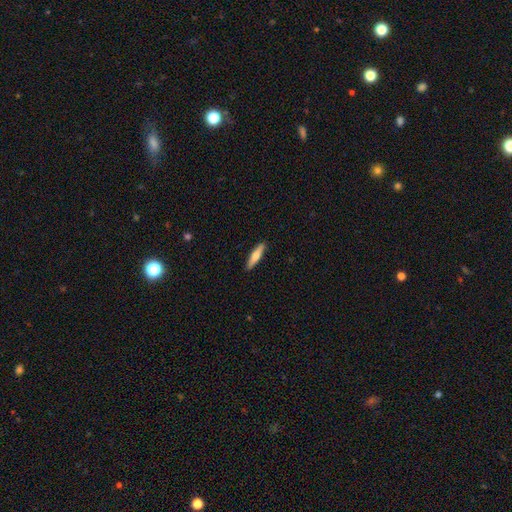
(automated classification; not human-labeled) smooth_or_featured: smooth (p=0.62) [alt: featured or disk p=0.33]
how_rounded: cigar-shaped (p=0.83) [alt: in between p=0.15]
merging: none (p=0.90) [alt: minor disturbance p=0.08]